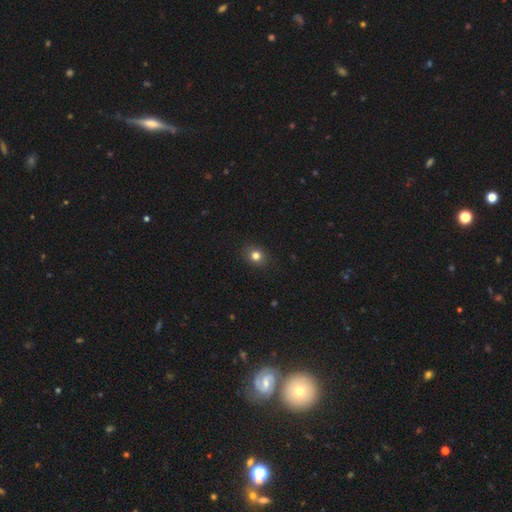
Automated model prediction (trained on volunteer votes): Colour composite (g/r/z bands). It shows a smooth galaxy with no disk features (78%) that is round (69%). Merging: none (89%).